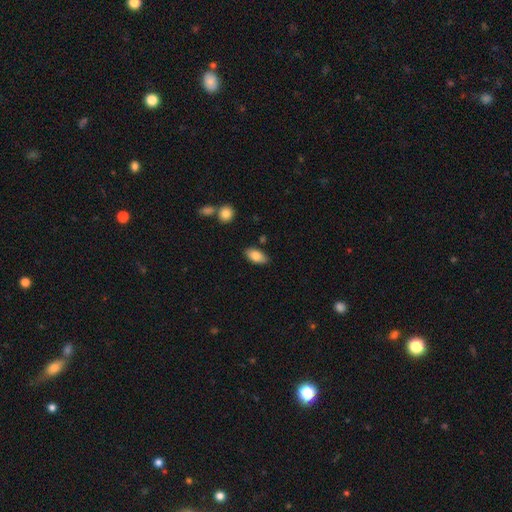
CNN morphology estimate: Smooth or featured? Predicted: smooth (p=0.84). How rounded? Predicted: in between (p=0.93). Merging? Predicted: none (p=0.83).